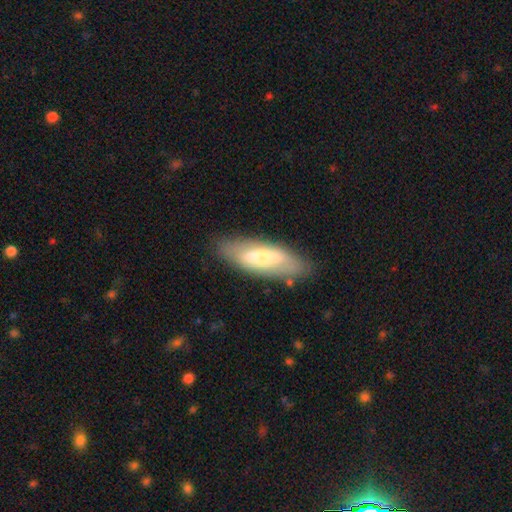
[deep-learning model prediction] A smooth galaxy with no disk features (53%) that is in between round and cigar-shaped (56%).

Vote fractions:
- Smooth or featured? smooth: 53% / featured or disk: 40% / star or artifact: 7%
- How rounded? in between: 56% / cigar-shaped: 42% / round: 2%
- Merging? none: 80% / minor disturbance: 14% / major disturbance: 4% / merger: 2%